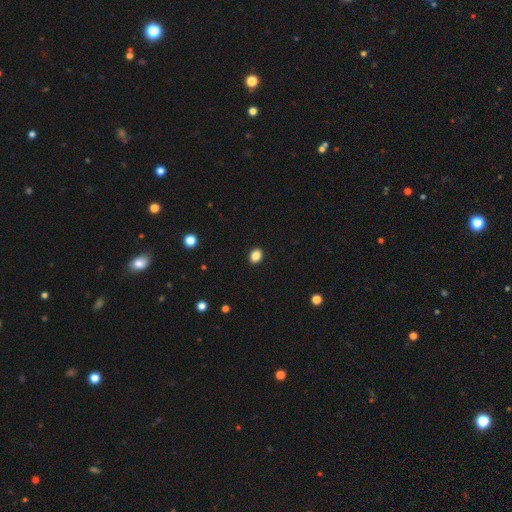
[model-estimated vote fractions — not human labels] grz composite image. It shows a smooth galaxy with no disk features (86%) that is in between round and cigar-shaped (61%). Merging: none (91%).